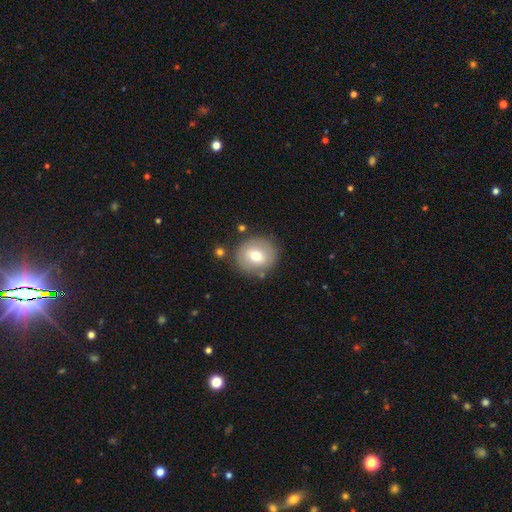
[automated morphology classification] smooth 65%, featured or disk 26%, star or artifact 8%. Down the decision tree: how rounded — round (85%); merging — none (82%).